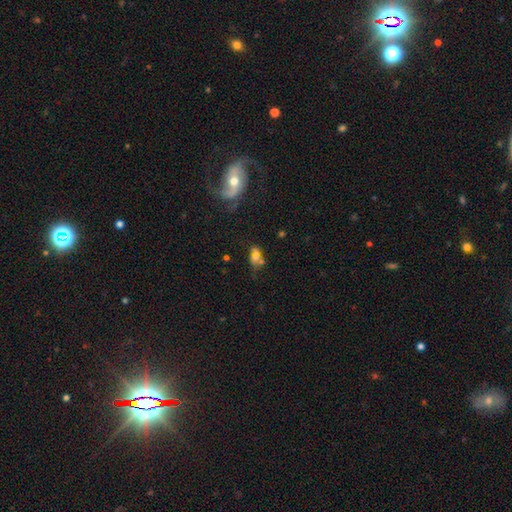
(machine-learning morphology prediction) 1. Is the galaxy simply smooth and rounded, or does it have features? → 57% smooth, 26% featured or disk, 18% star or artifact.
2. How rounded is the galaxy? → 73% in between, 19% round, 8% cigar-shaped.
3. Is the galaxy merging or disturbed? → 36% merger, 33% none, 17% minor disturbance, 14% major disturbance.